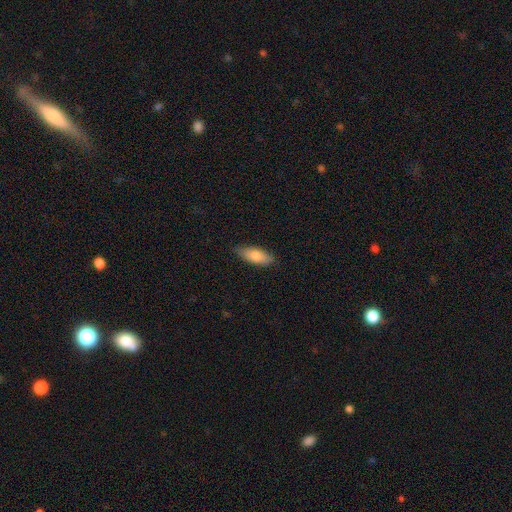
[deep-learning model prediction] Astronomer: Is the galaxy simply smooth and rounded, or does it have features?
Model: smooth — 81%.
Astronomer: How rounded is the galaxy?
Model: in between — 72%.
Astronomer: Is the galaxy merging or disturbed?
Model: none — 85%.